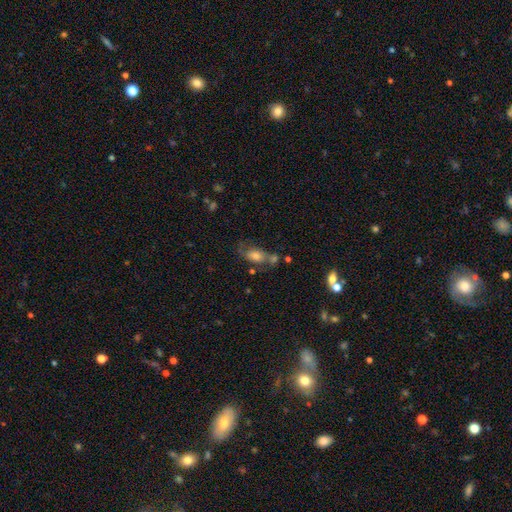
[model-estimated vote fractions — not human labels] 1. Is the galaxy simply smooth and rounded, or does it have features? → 58% smooth, 29% featured or disk, 13% star or artifact.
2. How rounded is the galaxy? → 77% in between, 13% round, 10% cigar-shaped.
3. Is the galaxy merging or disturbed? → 45% none, 21% minor disturbance, 21% merger, 13% major disturbance.